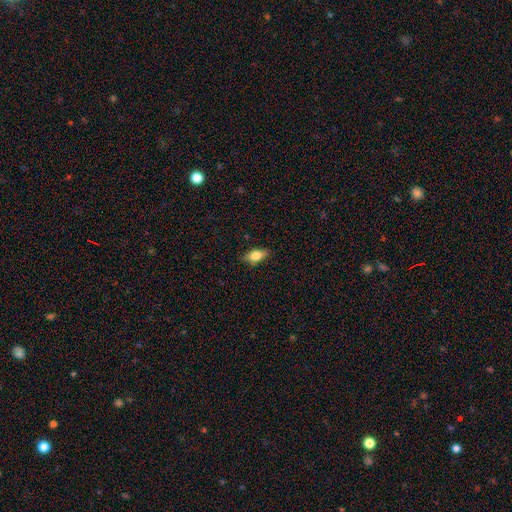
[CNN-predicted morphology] smooth 75%, featured or disk 17%, star or artifact 8%. Down the decision tree: how rounded — in between (83%); merging — none (83%).